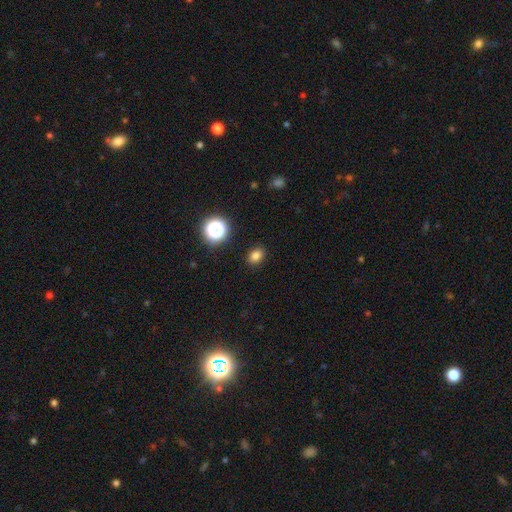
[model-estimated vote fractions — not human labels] A smooth galaxy with no disk features (80%) that is in between round and cigar-shaped (62%). Merging: none (89%).